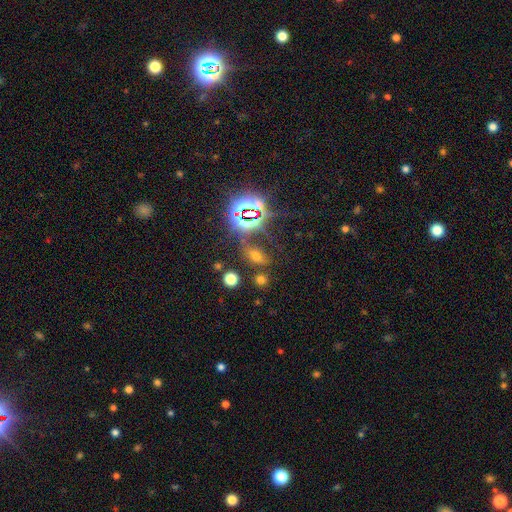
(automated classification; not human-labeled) smooth 44% (tied), star or artifact 44% (tied), featured or disk 12%. Down the decision tree: merging — none (69%).